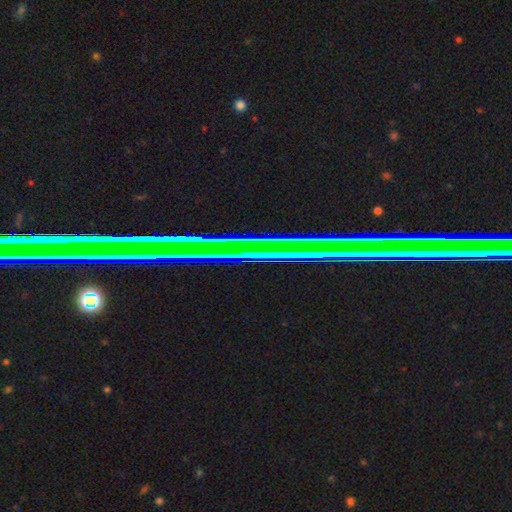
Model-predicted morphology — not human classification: Smooth or featured? Predicted: star or artifact (p=0.73).